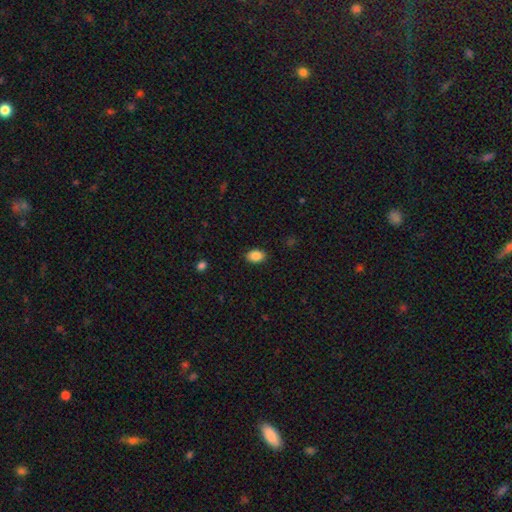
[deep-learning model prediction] Smooth or featured? smooth (87%)
How rounded? in between (83%)
Merging? none (89%)